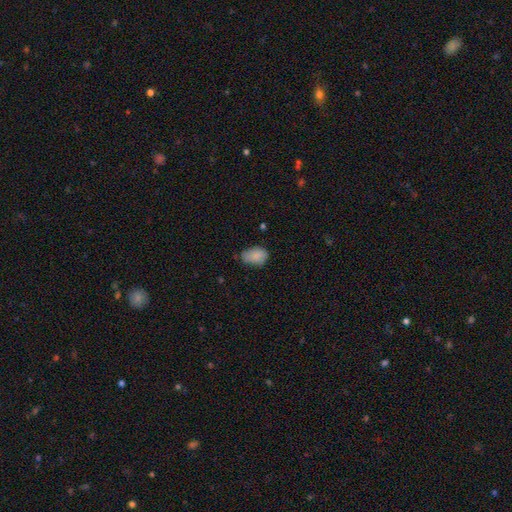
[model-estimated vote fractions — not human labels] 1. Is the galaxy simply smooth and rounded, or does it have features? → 84% smooth, 8% featured or disk, 8% star or artifact.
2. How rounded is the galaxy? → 86% in between, 13% round, 1% cigar-shaped.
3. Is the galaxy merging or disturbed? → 58% none, 33% minor disturbance, 7% major disturbance, 2% merger.